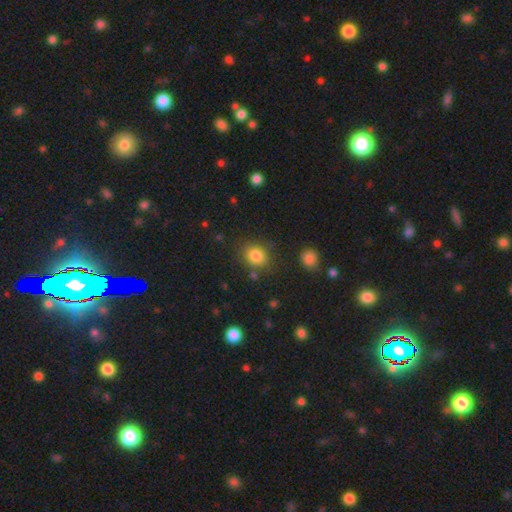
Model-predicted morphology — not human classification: This is clearly a smooth galaxy (82%). How rounded: likely round (69%). Merging: likely none (77%).